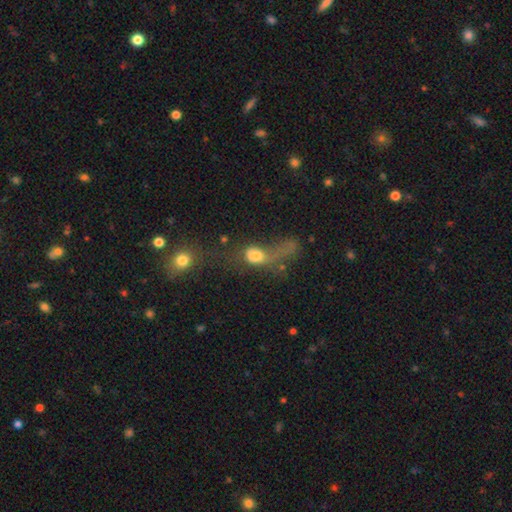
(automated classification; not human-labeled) Smooth or featured? smooth (59%)
How rounded? in between (63%)
Merging? major disturbance (58%)